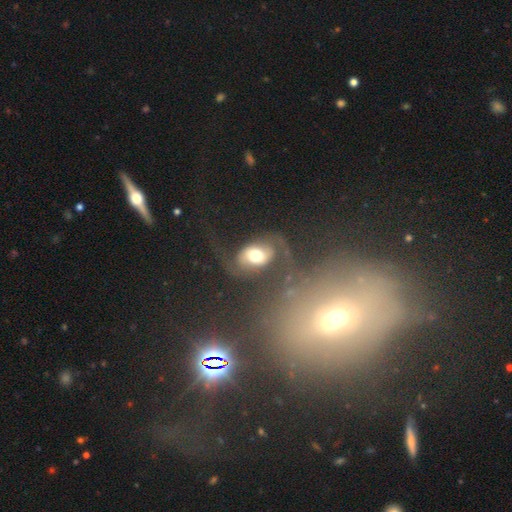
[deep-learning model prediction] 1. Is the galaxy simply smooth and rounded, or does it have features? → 50% featured or disk, 42% smooth, 8% star or artifact.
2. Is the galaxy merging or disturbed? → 51% none, 22% major disturbance, 19% minor disturbance, 7% merger.